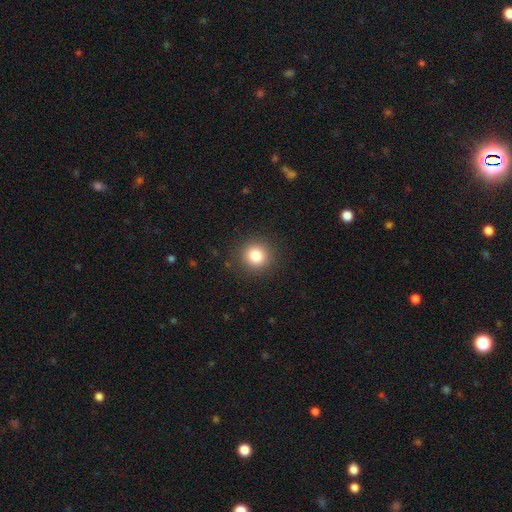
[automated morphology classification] The model was most divided on "smooth or featured": smooth: 83%, star or artifact: 11%, featured or disk: 6%. More confident: how rounded — round (92%); merging — none (90%).